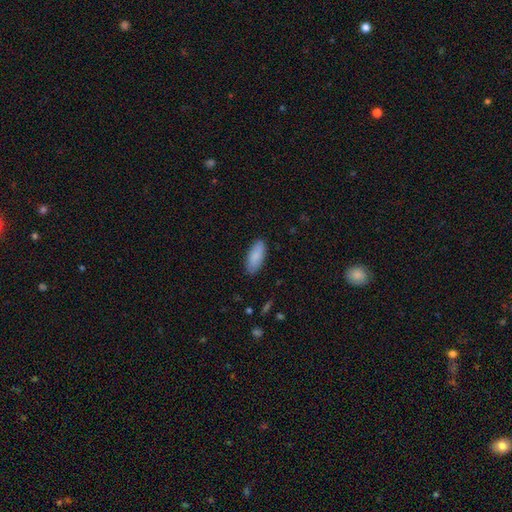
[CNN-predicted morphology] A smooth galaxy with no disk features (88%) that is in between round and cigar-shaped (82%).

Vote fractions:
- Smooth or featured? smooth: 88% / featured or disk: 6% / star or artifact: 6%
- How rounded? in between: 82% / cigar-shaped: 17% / round: 2%
- Merging? none: 85% / minor disturbance: 12% / major disturbance: 2% / merger: 1%